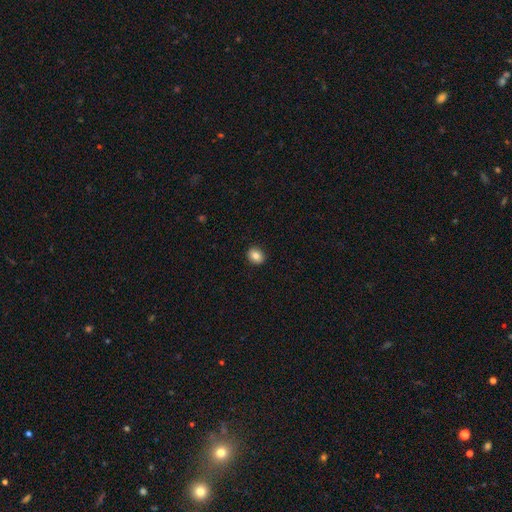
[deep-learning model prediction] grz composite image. It shows a smooth galaxy with no disk features (85%) that is round (59%). Merging: none (92%).